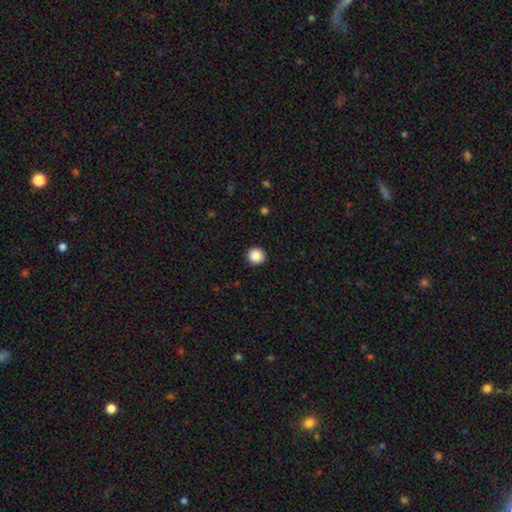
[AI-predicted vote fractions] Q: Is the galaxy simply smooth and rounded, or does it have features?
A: smooth — 88%.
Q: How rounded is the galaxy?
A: round — 94%.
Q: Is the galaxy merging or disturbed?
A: none — 92%.